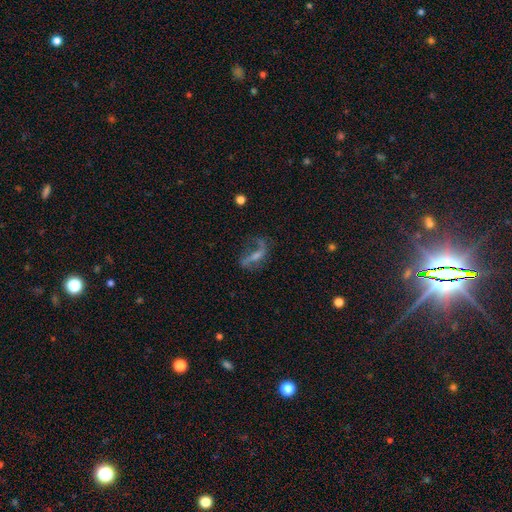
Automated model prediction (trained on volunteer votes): smooth_or_featured: featured or disk (p=0.68) [alt: smooth p=0.21]
disk_edge_on: no (p=0.89) [alt: yes p=0.11]
bar: strong (p=0.39) [alt: weak p=0.34]
has_spiral_arms: yes (p=0.78) [alt: no p=0.22]
bulge_size: small (p=0.43) [alt: none p=0.28]
merging: none (p=0.46) [alt: major disturbance p=0.30]